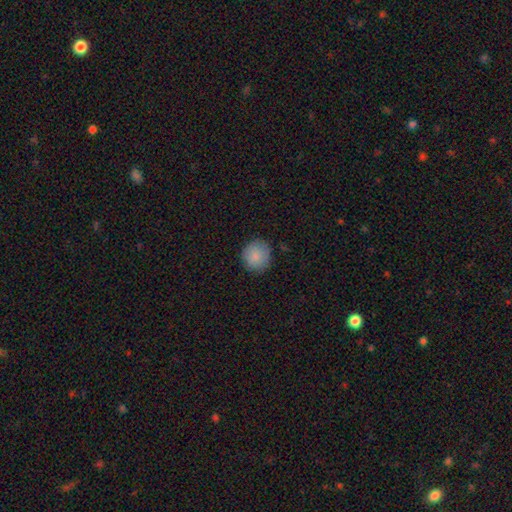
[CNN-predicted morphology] Q: Smooth or featured?
A: smooth (87%); runner-up: star or artifact (7%)
Q: How rounded?
A: round (89%); runner-up: in between (10%)
Q: Merging?
A: none (85%); runner-up: minor disturbance (11%)